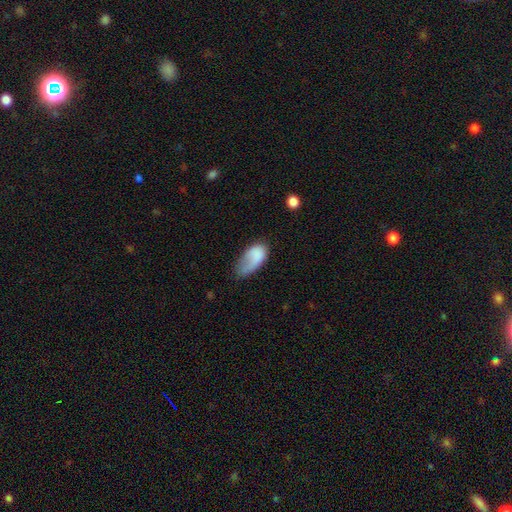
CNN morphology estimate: Smooth or featured?
  - smooth: 78% *
  - featured or disk: 15%
  - star or artifact: 7%
How rounded?
  - in between: 94% *
  - round: 4%
  - cigar-shaped: 3%
Merging?
  - minor disturbance: 35% *
  - none: 32%
  - major disturbance: 30%
  - merger: 3%